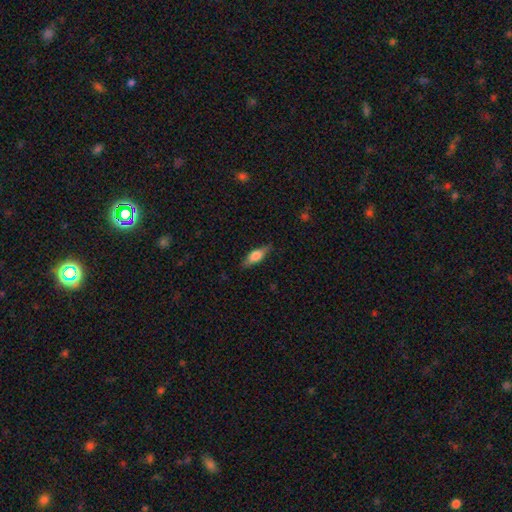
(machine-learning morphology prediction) Q: Smooth or featured?
A: smooth (60%); runner-up: featured or disk (33%)
Q: How rounded?
A: in between (60%); runner-up: cigar-shaped (36%)
Q: Merging?
A: none (80%); runner-up: minor disturbance (15%)